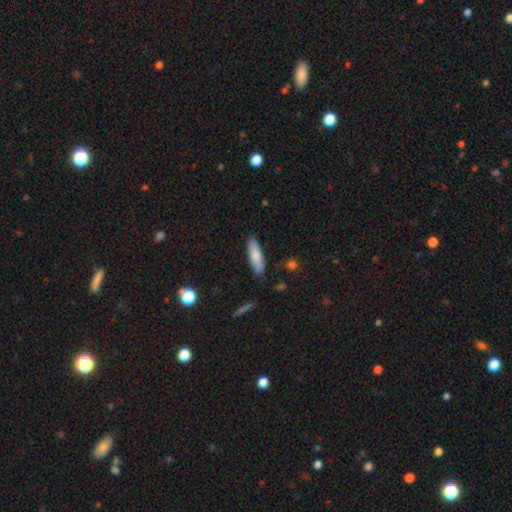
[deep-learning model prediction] A smooth galaxy with no disk features (80%) that is cigar-shaped (54%).

Vote fractions:
- Smooth or featured? smooth: 80% / featured or disk: 14% / star or artifact: 6%
- How rounded? cigar-shaped: 54% / in between: 44% / round: 2%
- Merging? none: 84% / minor disturbance: 12% / major disturbance: 2% / merger: 2%